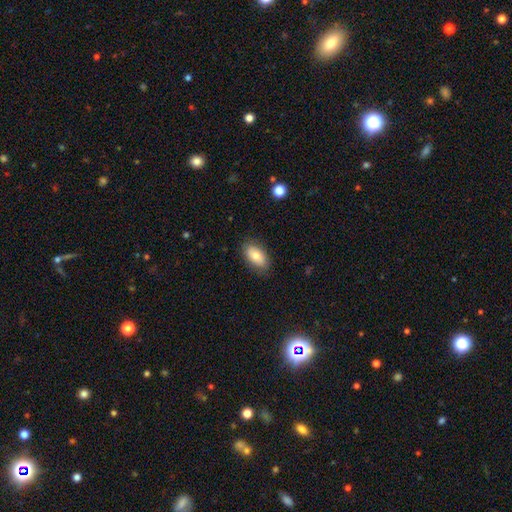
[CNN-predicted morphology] smooth-or-featured: smooth: 77% | featured or disk: 16% | star or artifact: 7%
  how-rounded: in between: 92% | round: 5% | cigar-shaped: 3%
  merging: none: 82% | minor disturbance: 13% | major disturbance: 3% | merger: 1%